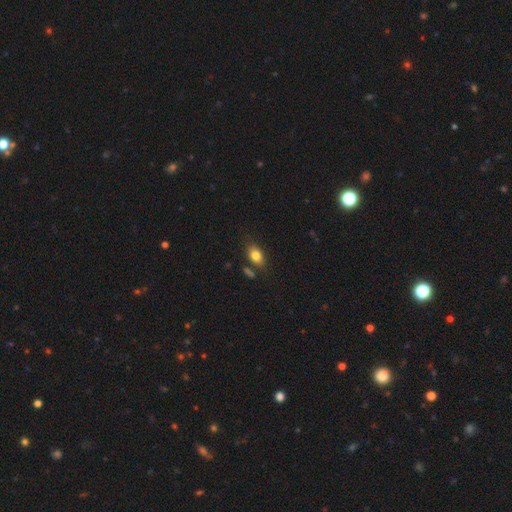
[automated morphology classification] Smooth or featured? Predicted: smooth (p=0.81). How rounded? Predicted: in between (p=0.82). Merging? Predicted: none (p=0.71).